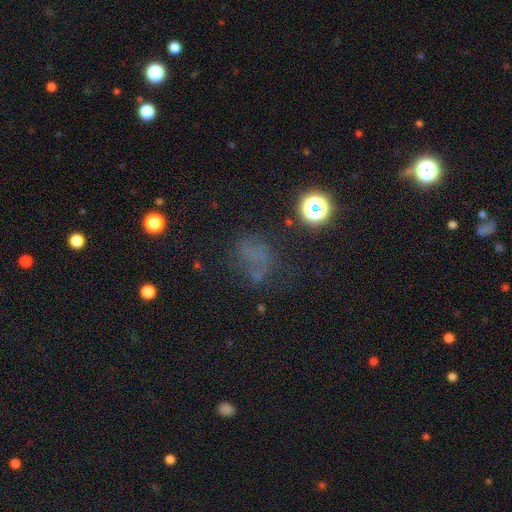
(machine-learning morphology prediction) A smooth galaxy with no disk features (39%).

Vote fractions:
- Smooth or featured? smooth: 39% / star or artifact: 37% / featured or disk: 24%
- Merging? none: 50% / major disturbance: 23% / minor disturbance: 21% / merger: 7%